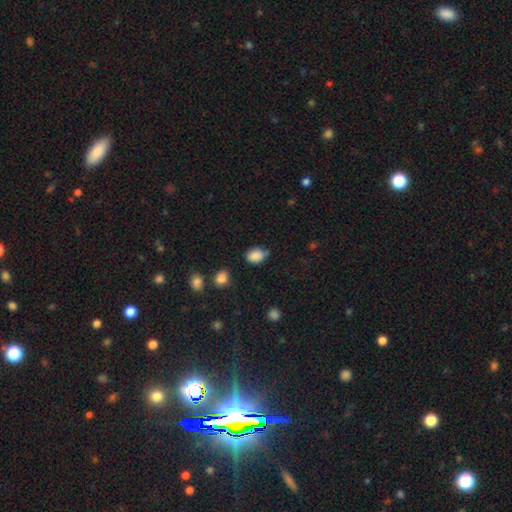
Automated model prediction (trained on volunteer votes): Smooth or featured: smooth — 85% (star or artifact — 9%)
How rounded: in between — 70% (round — 29%)
Merging: none — 59% (minor disturbance — 32%)